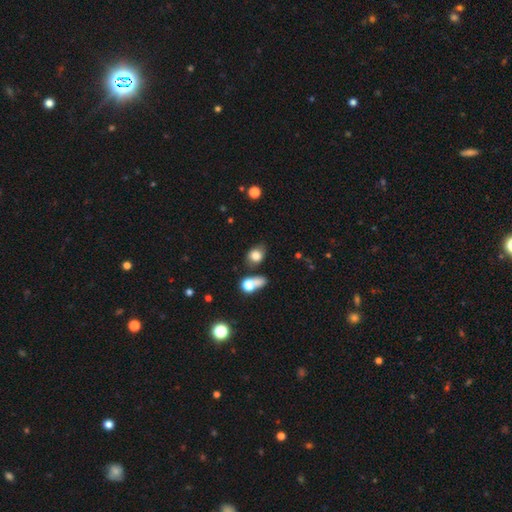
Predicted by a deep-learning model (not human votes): This appears to be a smooth galaxy with no disk features (78%) that is in between round and cigar-shaped (57%). Merging: none (57%).